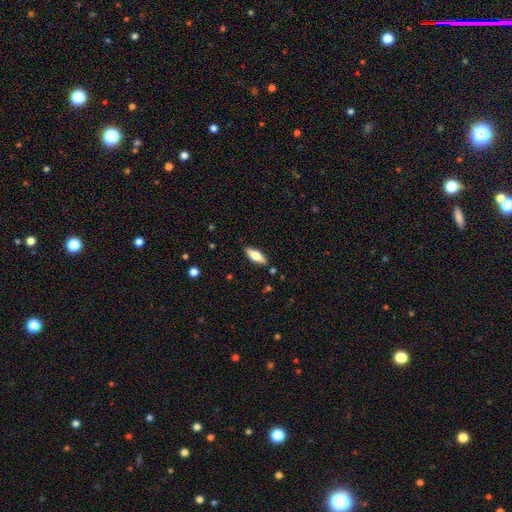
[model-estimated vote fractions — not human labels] This appears to be a smooth galaxy with no disk features (65%) that is in between round and cigar-shaped (66%). Merging: none (87%).